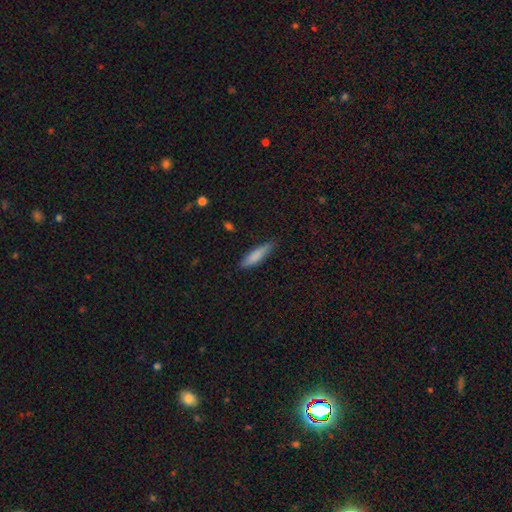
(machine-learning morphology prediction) type=smooth (81%); roundness=cigar-shaped (75%); merging=none (81%).